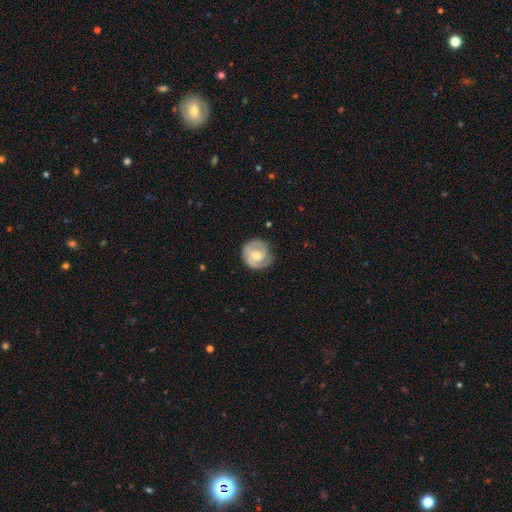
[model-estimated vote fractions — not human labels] The model was most divided on "bar": no: 52%, weak: 39%, strong: 9%. More confident: edge-on disk — no (98%); spiral arms — yes (87%); merging — none (73%); smooth or featured — featured or disk (68%); spiral arm count — 2 (58%); bulge size — moderate (55%); spiral winding — tight (53%).